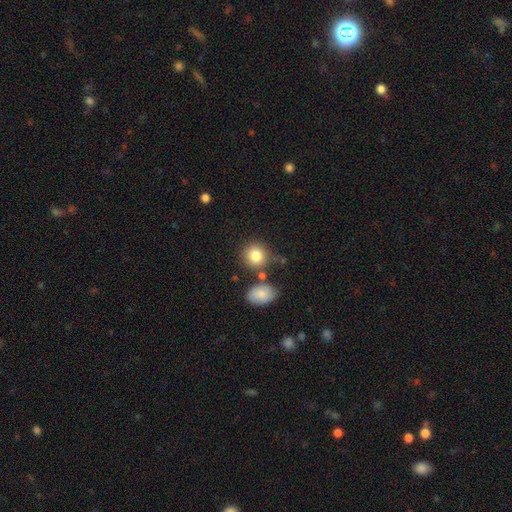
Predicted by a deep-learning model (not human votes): Smooth or featured: smooth — 83% (star or artifact — 9%)
How rounded: round — 82% (in between — 17%)
Merging: none — 70% (merger — 13%)